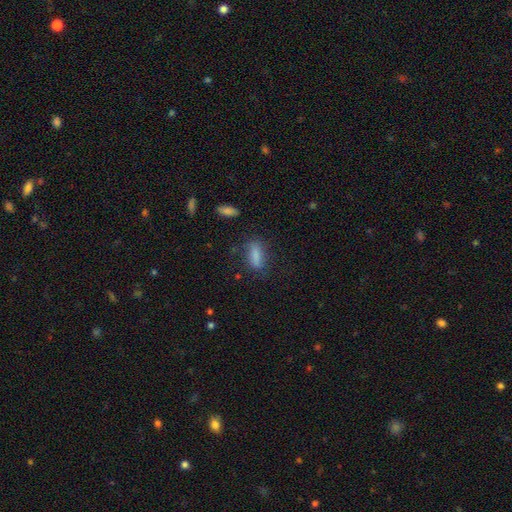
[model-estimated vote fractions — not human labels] Smooth or featured? Predicted: smooth (p=0.81). How rounded? Predicted: in between (p=0.63). Merging? Predicted: none (p=0.70).